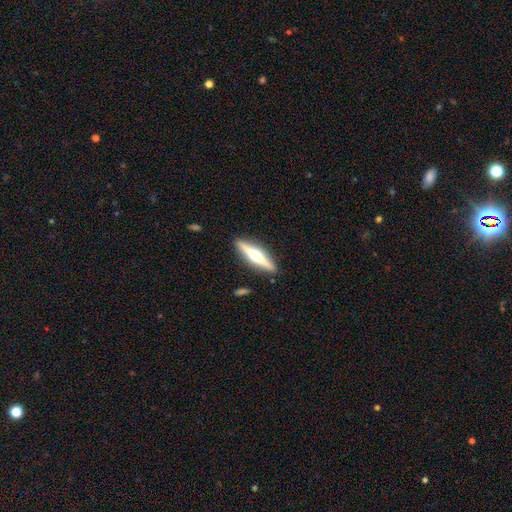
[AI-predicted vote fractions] Morphology: type=featured or disk (68%); edge-on=yes (97%); edge-on bulge=rounded (90%); merging=none (91%).